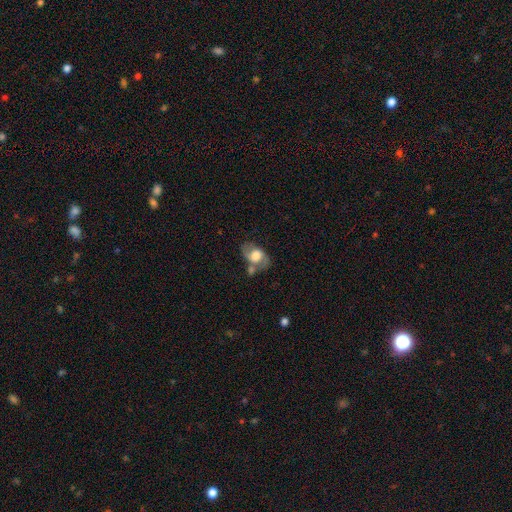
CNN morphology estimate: smooth_or_featured: featured or disk (p=0.52) [alt: smooth p=0.40]
disk_edge_on: no (p=0.93) [alt: yes p=0.07]
merging: none (p=0.46) [alt: merger p=0.21]